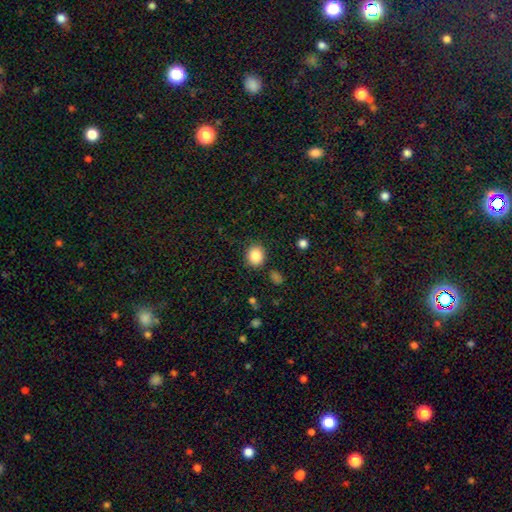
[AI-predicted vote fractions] smooth-or-featured: smooth: 86% | star or artifact: 10% | featured or disk: 5%
  how-rounded: round: 69% | in between: 31% | cigar-shaped: 1%
  merging: none: 86% | minor disturbance: 9% | major disturbance: 3% | merger: 2%